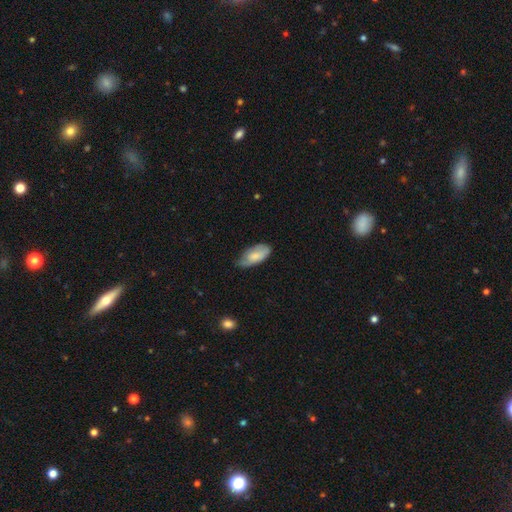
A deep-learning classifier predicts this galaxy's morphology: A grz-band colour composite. It shows a smooth galaxy with no disk features (73%) that is in between round and cigar-shaped (91%). Merging: none (55%).